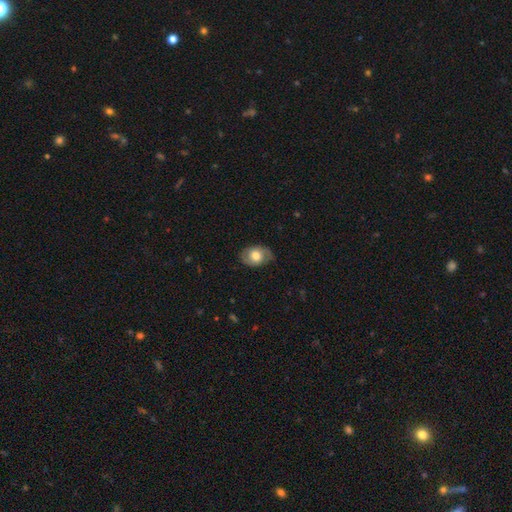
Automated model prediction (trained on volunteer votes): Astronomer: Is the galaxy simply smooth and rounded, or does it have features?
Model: smooth — 59%.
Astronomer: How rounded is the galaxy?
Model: in between — 71%.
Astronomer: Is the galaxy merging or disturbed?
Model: none — 69%.